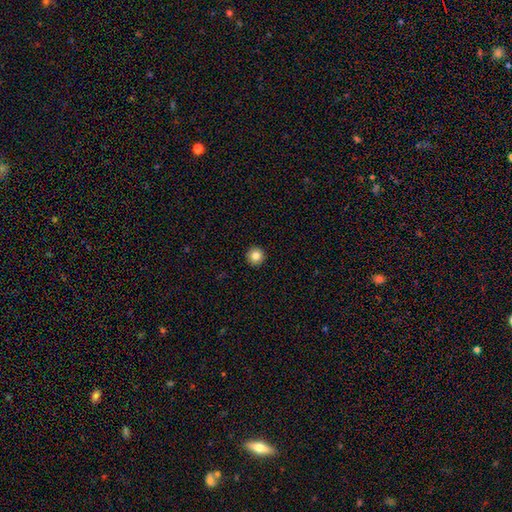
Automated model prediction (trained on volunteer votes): smooth-or-featured: smooth: 84% | star or artifact: 10% | featured or disk: 6%
  how-rounded: round: 96% | in between: 3% | cigar-shaped: 1%
  merging: none: 94% | minor disturbance: 4% | major disturbance: 1% | merger: 1%